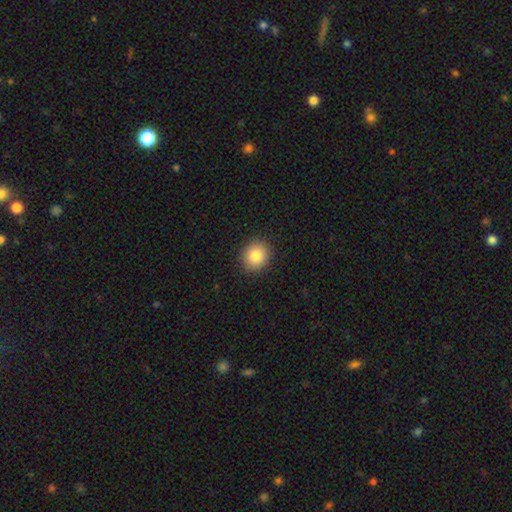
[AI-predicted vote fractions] Smooth or featured? smooth (84%)
How rounded? round (80%)
Merging? none (90%)